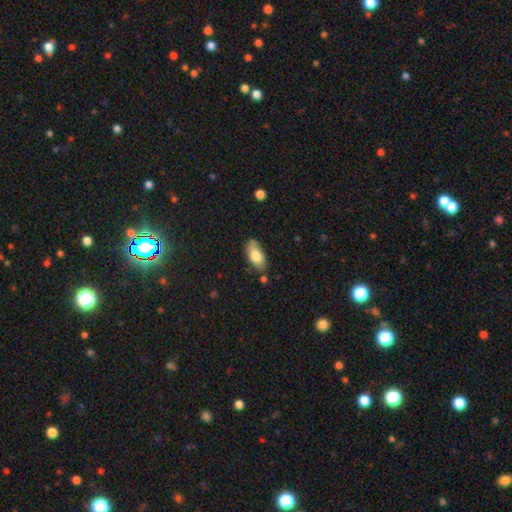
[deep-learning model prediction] Morphology: type=smooth (78%); roundness=in between (91%); merging=none (70%).